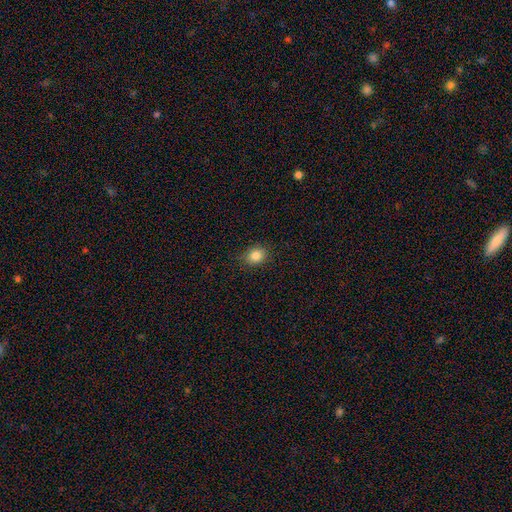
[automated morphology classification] Smooth or featured: smooth — 84% (star or artifact — 11%)
How rounded: round — 63% (in between — 36%)
Merging: none — 84% (minor disturbance — 12%)